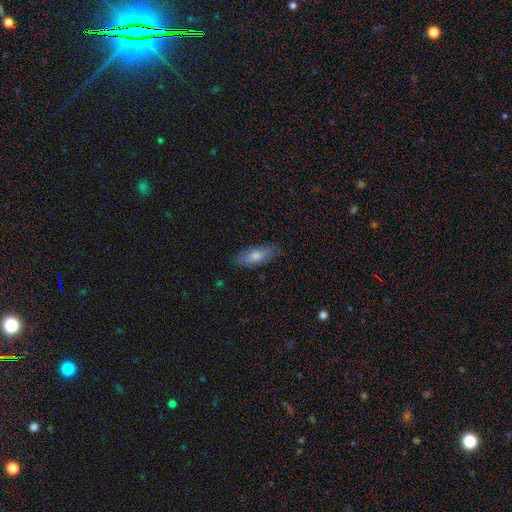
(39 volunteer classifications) Smooth or featured: smooth — 56% (featured or disk — 33%)
How rounded: in between — 59% (cigar-shaped — 41%)
Merging: none — 86% (minor disturbance — 11%)